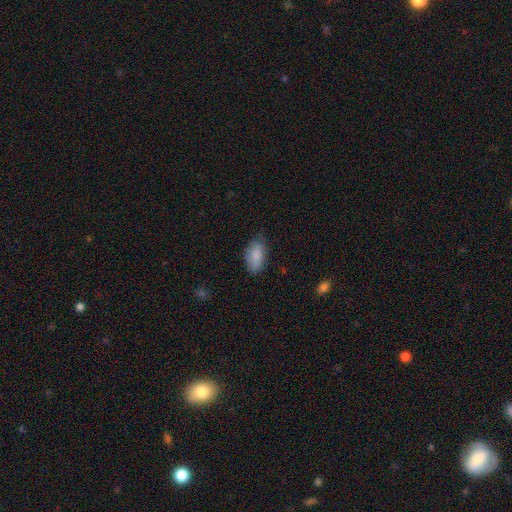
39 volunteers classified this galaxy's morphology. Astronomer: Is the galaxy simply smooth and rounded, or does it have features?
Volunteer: smooth — 77%.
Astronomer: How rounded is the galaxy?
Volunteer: in between — 93%.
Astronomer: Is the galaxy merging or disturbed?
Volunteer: none — 56% (runner-up: minor disturbance, 39%).